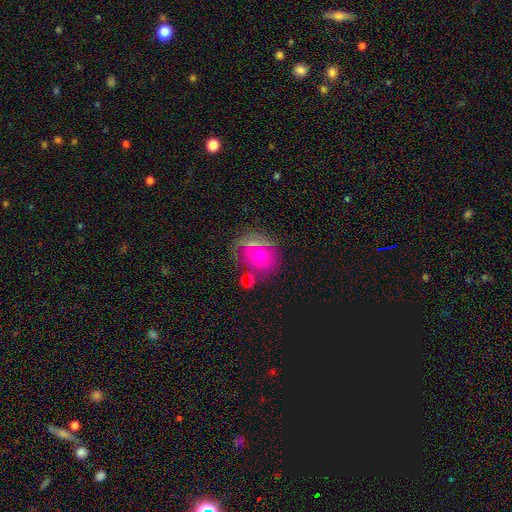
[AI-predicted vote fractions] This appears to be a smooth galaxy with no disk features (51%) that is round (75%). Merging: none (61%).